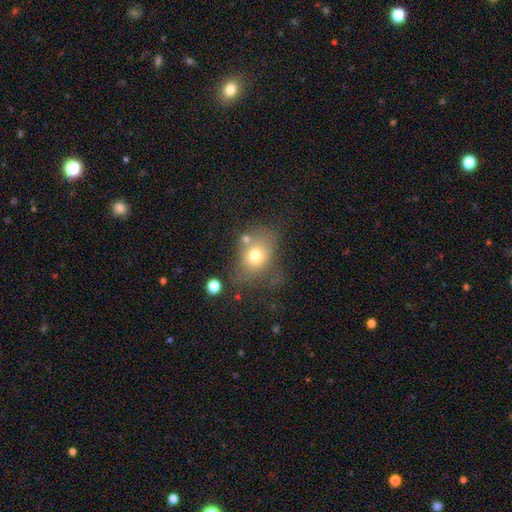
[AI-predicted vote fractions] smooth-or-featured: smooth: 70% | featured or disk: 18% | star or artifact: 12%
  how-rounded: in between: 61% | round: 38% | cigar-shaped: 1%
  merging: none: 48% | minor disturbance: 25% | major disturbance: 17% | merger: 11%